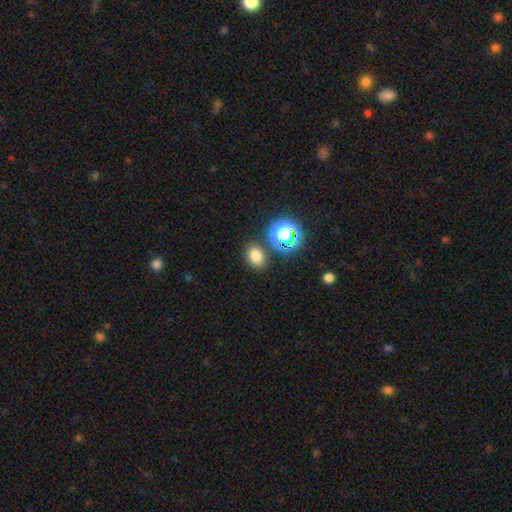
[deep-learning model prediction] Smooth or featured? Predicted: smooth (p=0.75). How rounded? Predicted: in between (p=0.54). Merging? Predicted: none (p=0.81).